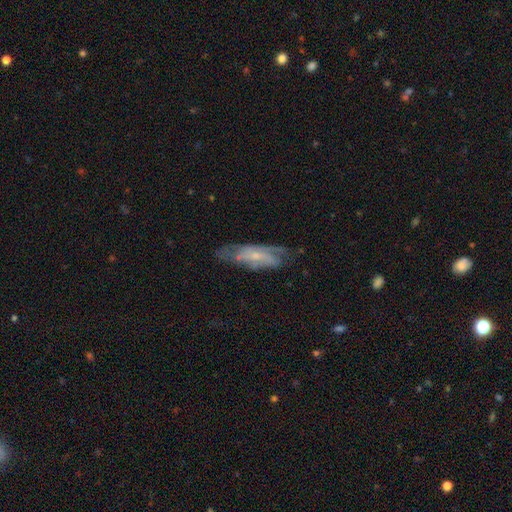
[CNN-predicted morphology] The model was most divided on "smooth or featured": featured or disk: 63%, smooth: 30%, star or artifact: 7%. More confident: edge-on disk — no (75%); merging — none (60%).